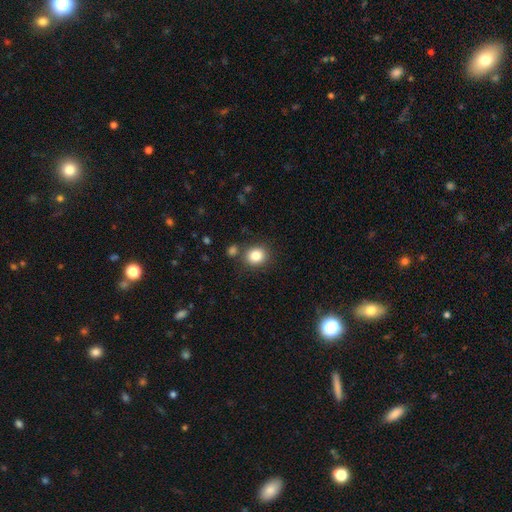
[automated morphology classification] The model was most divided on "how rounded": round: 76%, in between: 23%, cigar-shaped: 1%. More confident: smooth or featured — smooth (84%); merging — none (80%).